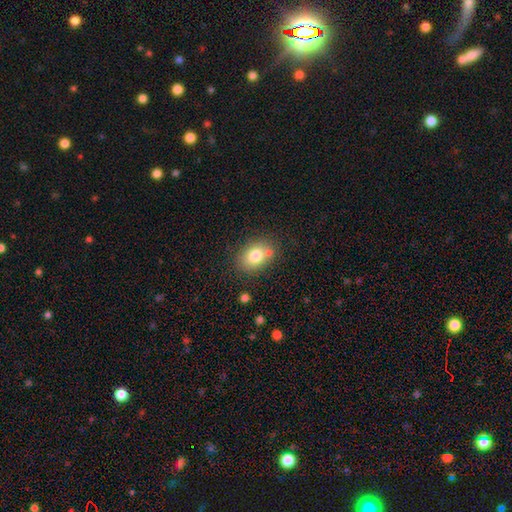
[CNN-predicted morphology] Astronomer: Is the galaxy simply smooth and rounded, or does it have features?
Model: smooth — 78%.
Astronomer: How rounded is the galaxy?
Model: in between — 65%.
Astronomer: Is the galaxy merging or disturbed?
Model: none — 69%.